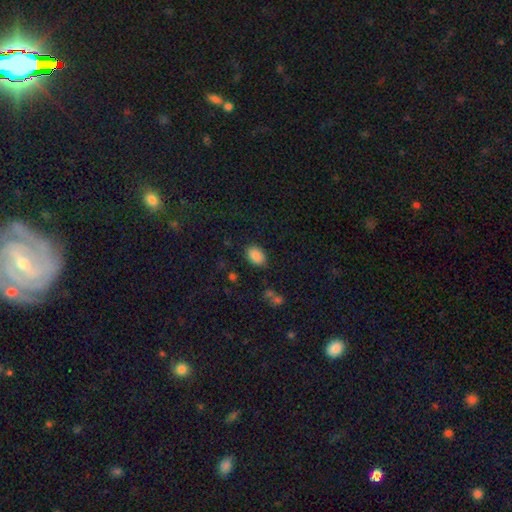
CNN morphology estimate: A smooth galaxy with no disk features (86%) that is in between round and cigar-shaped (84%). Merging: none (85%).